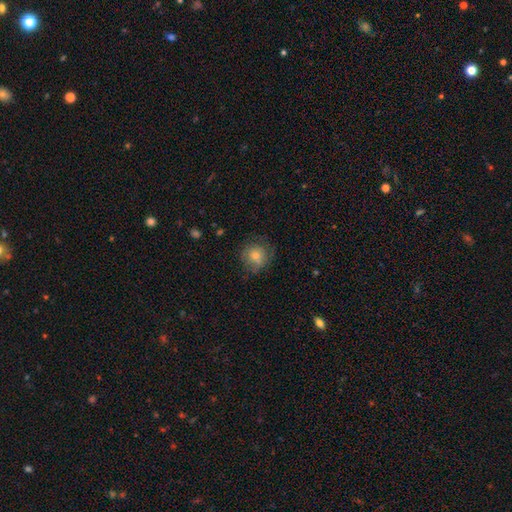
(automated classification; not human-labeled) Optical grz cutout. It shows a smooth galaxy with no disk features (65%) that is round (84%). Merging: none (71%).